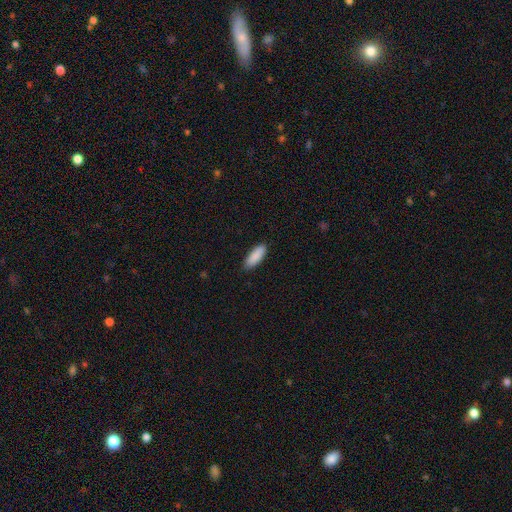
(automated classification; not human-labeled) smooth_or_featured: smooth (p=0.90) [alt: star or artifact p=0.06]
how_rounded: in between (p=0.68) [alt: cigar-shaped p=0.31]
merging: none (p=0.88) [alt: minor disturbance p=0.10]